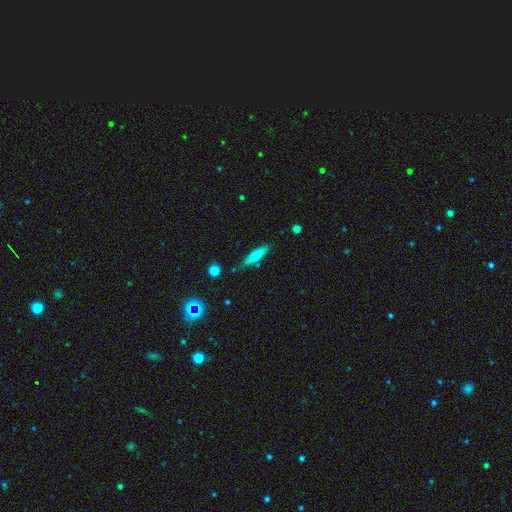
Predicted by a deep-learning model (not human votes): smooth_or_featured: smooth (p=0.54) [alt: featured or disk p=0.39]
how_rounded: cigar-shaped (p=0.80) [alt: in between p=0.18]
merging: none (p=0.80) [alt: minor disturbance p=0.13]